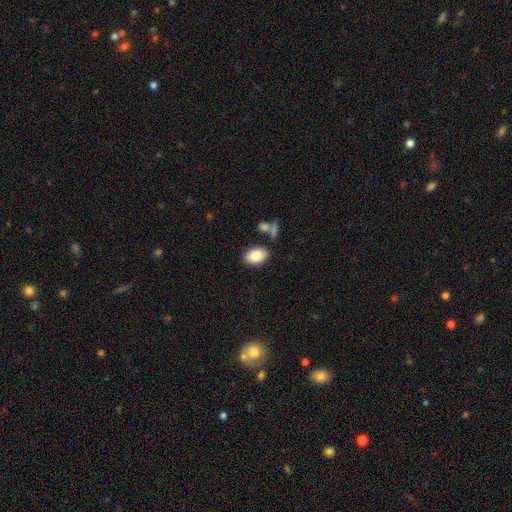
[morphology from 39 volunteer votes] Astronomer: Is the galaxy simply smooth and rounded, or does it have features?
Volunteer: smooth — 85%.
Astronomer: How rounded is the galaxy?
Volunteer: in between — 97%.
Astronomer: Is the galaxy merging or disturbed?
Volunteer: none — 81%.